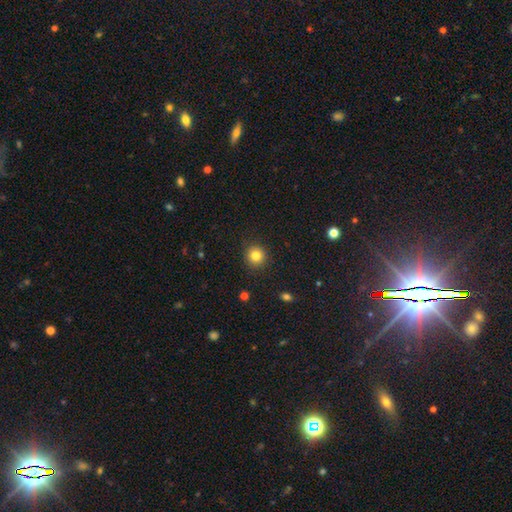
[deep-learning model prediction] smooth-or-featured: smooth: 82% | star or artifact: 12% | featured or disk: 6%
  how-rounded: round: 93% | in between: 6% | cigar-shaped: 1%
  merging: none: 91% | minor disturbance: 6% | major disturbance: 2% | merger: 1%